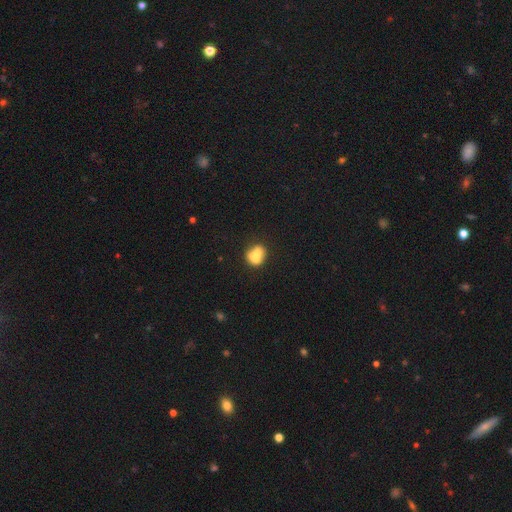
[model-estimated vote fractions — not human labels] Overall: smooth (68%). How rounded: round (54%; in between 44%). Merging: merger (45%; none 36%).